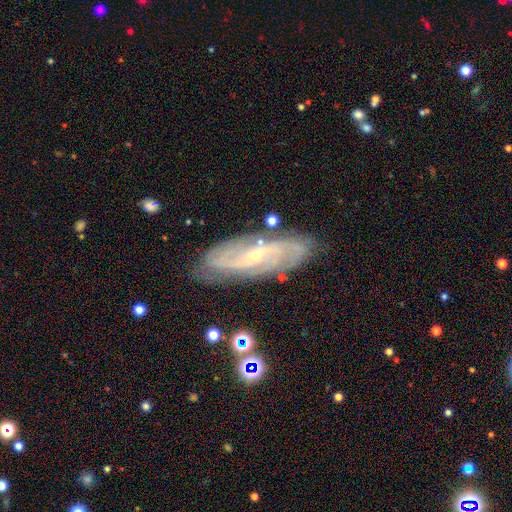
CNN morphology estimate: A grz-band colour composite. It shows a featured or disk galaxy (83%) with no bar (40%), 2 (49%) tight (41%) spiral arms (94%) and a small central bulge (79%). Merging: none (79%).